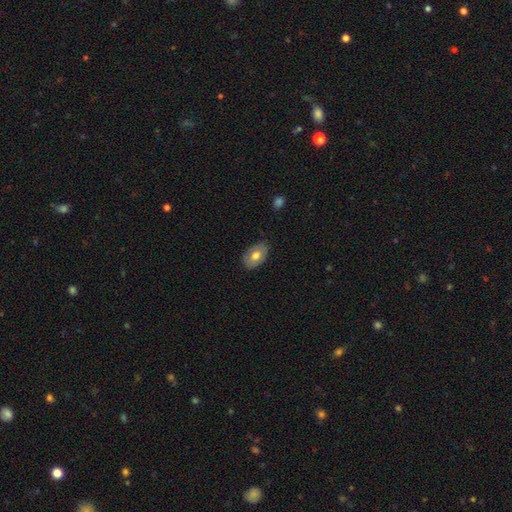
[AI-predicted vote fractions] Q: Smooth or featured?
A: smooth (67%); runner-up: featured or disk (26%)
Q: How rounded?
A: in between (89%); runner-up: round (10%)
Q: Merging?
A: none (80%); runner-up: minor disturbance (16%)